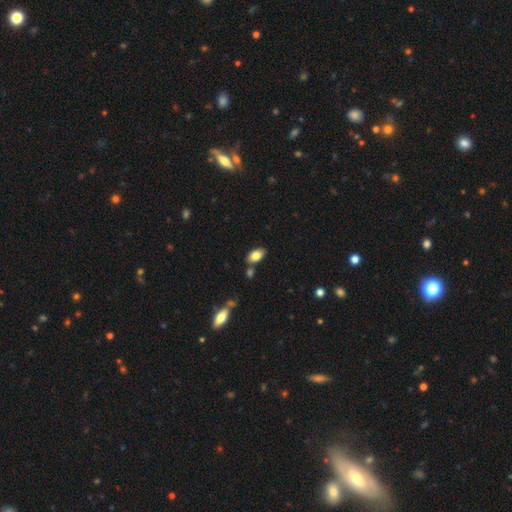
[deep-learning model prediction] smooth 83%, featured or disk 10%, star or artifact 8%. Down the decision tree: how rounded — in between (92%); merging — none (73%).